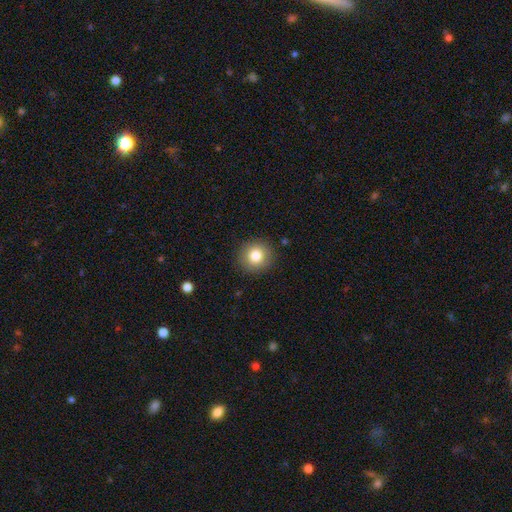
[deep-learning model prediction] A smooth galaxy with no disk features (82%) that is round (92%). Merging: none (90%).